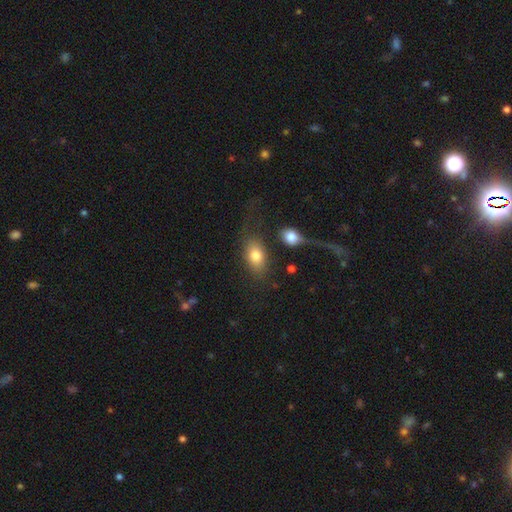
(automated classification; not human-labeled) A smooth galaxy with no disk features (78%) that is in between round and cigar-shaped (83%). Merging: none (58%).